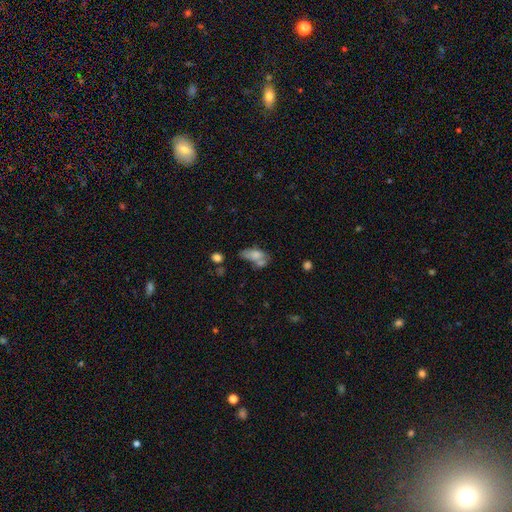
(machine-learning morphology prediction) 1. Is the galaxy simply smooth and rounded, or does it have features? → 67% smooth, 23% featured or disk, 10% star or artifact.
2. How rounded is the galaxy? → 84% in between, 9% cigar-shaped, 7% round.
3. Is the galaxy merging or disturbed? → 37% merger, 28% none, 20% minor disturbance, 16% major disturbance.